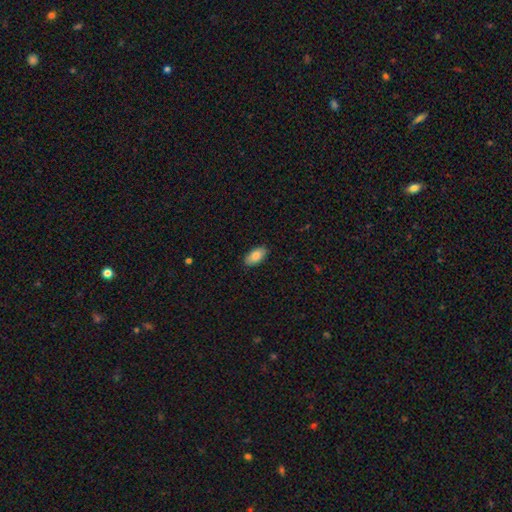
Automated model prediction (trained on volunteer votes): Smooth or featured: smooth — 84% (featured or disk — 9%)
How rounded: in between — 94% (cigar-shaped — 4%)
Merging: none — 88% (minor disturbance — 9%)